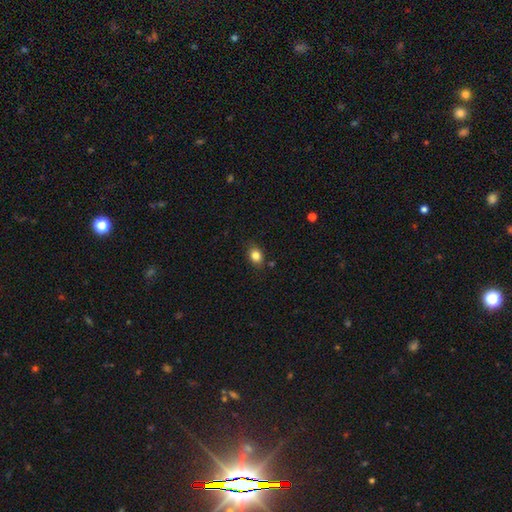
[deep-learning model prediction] smooth-or-featured: smooth: 83% | star or artifact: 10% | featured or disk: 6%
  how-rounded: in between: 59% | round: 40% | cigar-shaped: 1%
  merging: none: 83% | minor disturbance: 12% | major disturbance: 3% | merger: 2%